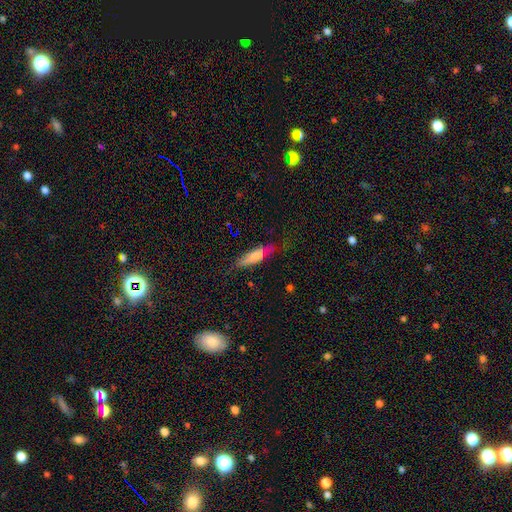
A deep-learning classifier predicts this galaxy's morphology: This is likely a smooth galaxy (69%). How rounded: possibly cigar-shaped (58%). Merging: possibly none (59%).